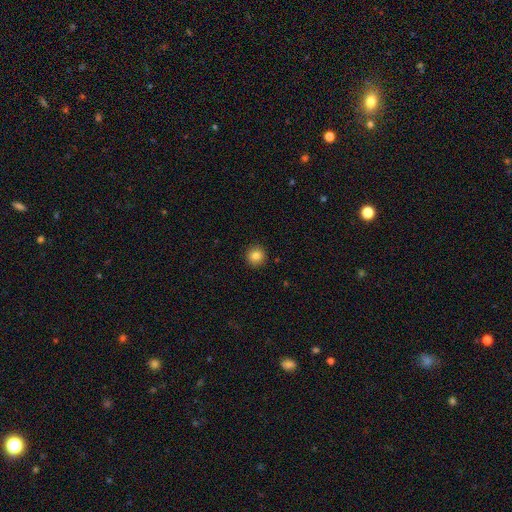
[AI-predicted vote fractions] smooth 84%, star or artifact 11%, featured or disk 6%. Down the decision tree: how rounded — round (93%); merging — none (92%).